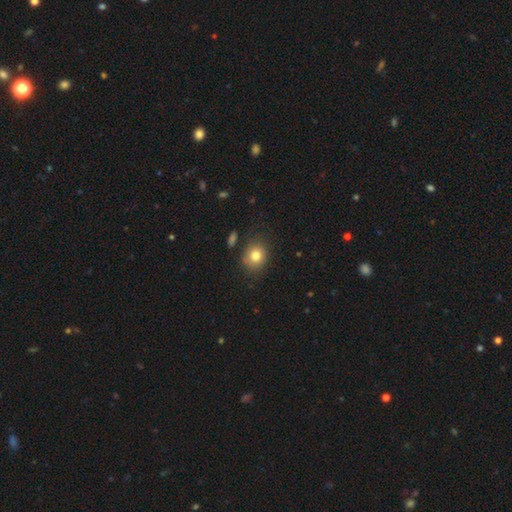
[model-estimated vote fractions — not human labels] smooth 80%, star or artifact 10%, featured or disk 10%. Down the decision tree: how rounded — round (65%); merging — none (80%).